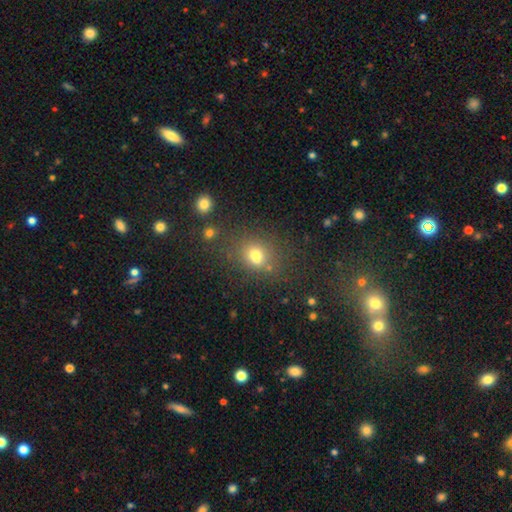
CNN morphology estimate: A smooth galaxy with no disk features (73%) that is round (59%).

Vote fractions:
- Smooth or featured? smooth: 73% / star or artifact: 17% / featured or disk: 11%
- How rounded? round: 59% / in between: 40% / cigar-shaped: 1%
- Merging? none: 66% / minor disturbance: 14% / merger: 12% / major disturbance: 7%